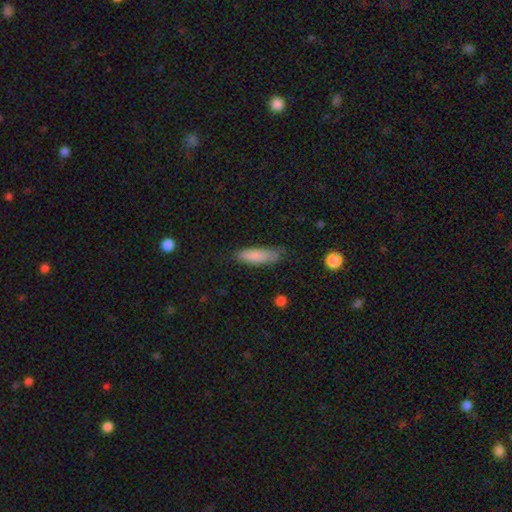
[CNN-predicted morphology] This appears to be a smooth galaxy with no disk features (84%) that is cigar-shaped (53%). Merging: none (70%).